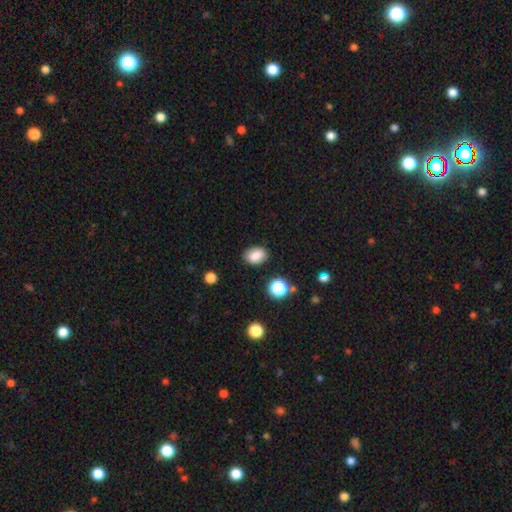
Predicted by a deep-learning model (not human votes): Smooth or featured?
  - smooth: 84% *
  - star or artifact: 10%
  - featured or disk: 6%
How rounded?
  - in between: 78% *
  - round: 21%
  - cigar-shaped: 1%
Merging?
  - none: 85% *
  - minor disturbance: 10%
  - major disturbance: 3%
  - merger: 2%